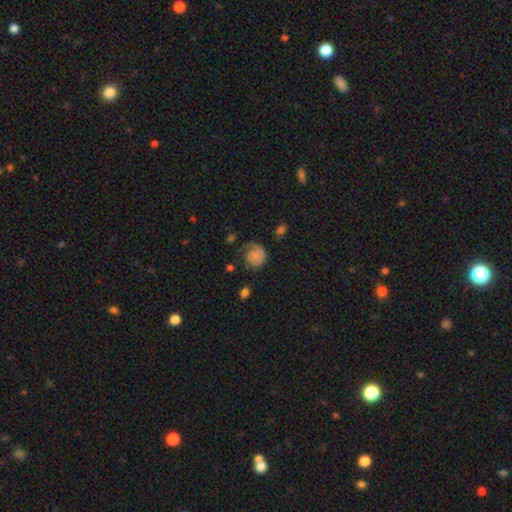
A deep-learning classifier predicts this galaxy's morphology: Q: Smooth or featured?
A: smooth (59%); runner-up: featured or disk (31%)
Q: How rounded?
A: round (75%); runner-up: in between (24%)
Q: Merging?
A: none (47%); runner-up: minor disturbance (28%)